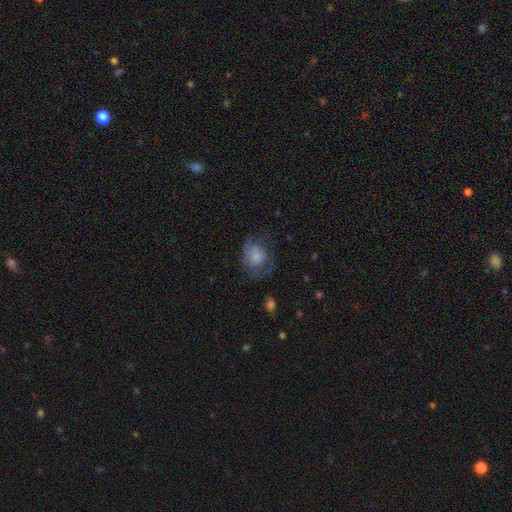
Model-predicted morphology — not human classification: Smooth or featured: smooth — 60% (featured or disk — 31%)
How rounded: round — 59% (in between — 40%)
Merging: none — 45% (major disturbance — 28%)